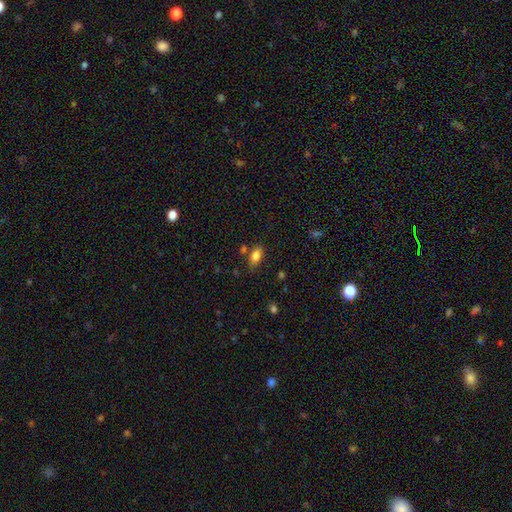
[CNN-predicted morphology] This appears to be a smooth galaxy with no disk features (84%) that is in between round and cigar-shaped (89%). Merging: none (74%).